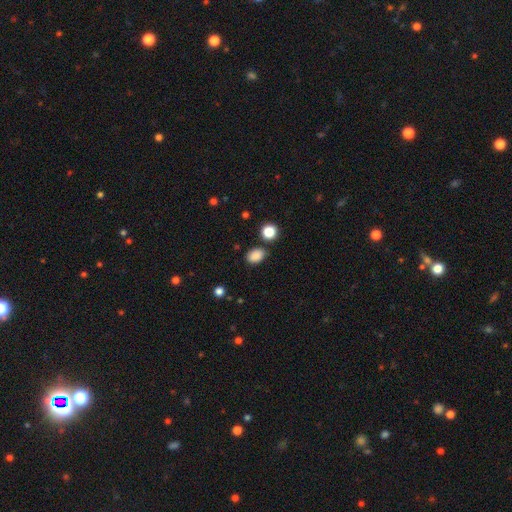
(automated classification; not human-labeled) Smooth or featured? Predicted: smooth (p=0.86). How rounded? Predicted: in between (p=0.78). Merging? Predicted: none (p=0.82).